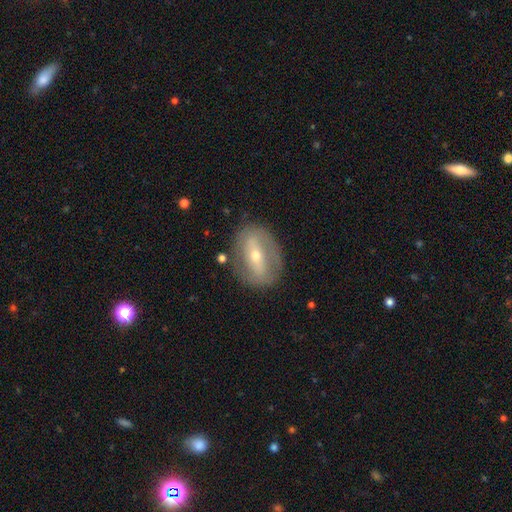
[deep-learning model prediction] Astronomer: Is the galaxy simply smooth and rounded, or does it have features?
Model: featured or disk — 69%.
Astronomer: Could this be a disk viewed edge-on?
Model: no — 87%.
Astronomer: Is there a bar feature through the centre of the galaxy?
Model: strong — 57%.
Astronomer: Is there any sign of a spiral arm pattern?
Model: no — 57% (runner-up: yes, 43%).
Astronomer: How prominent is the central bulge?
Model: small — 53% (runner-up: moderate, 43%).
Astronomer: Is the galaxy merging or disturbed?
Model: none — 80%.